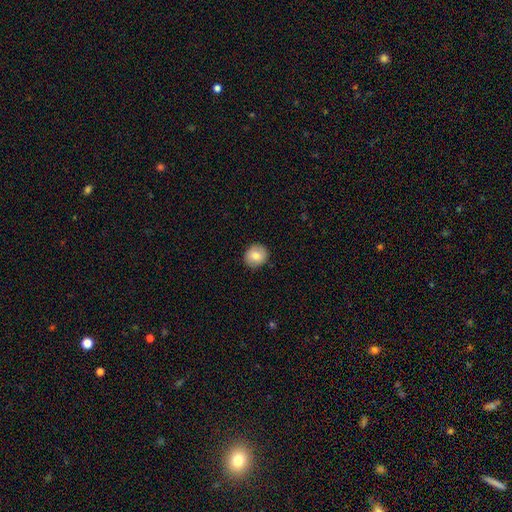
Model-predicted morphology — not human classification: A smooth galaxy with no disk features (80%) that is round (84%). Merging: none (90%).